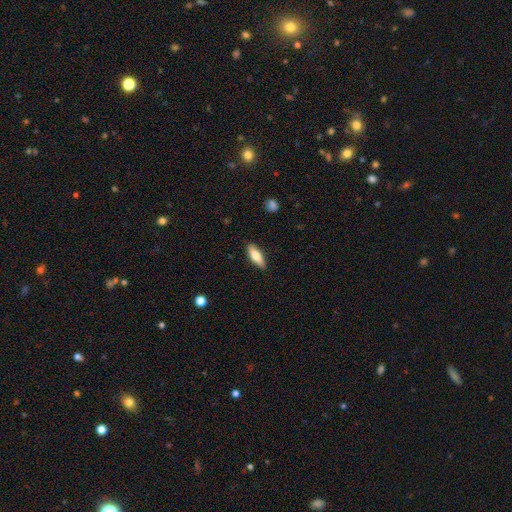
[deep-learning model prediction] smooth_or_featured: smooth (p=0.70) [alt: featured or disk p=0.24]
how_rounded: in between (p=0.55) [alt: cigar-shaped p=0.43]
merging: none (p=0.88) [alt: minor disturbance p=0.09]